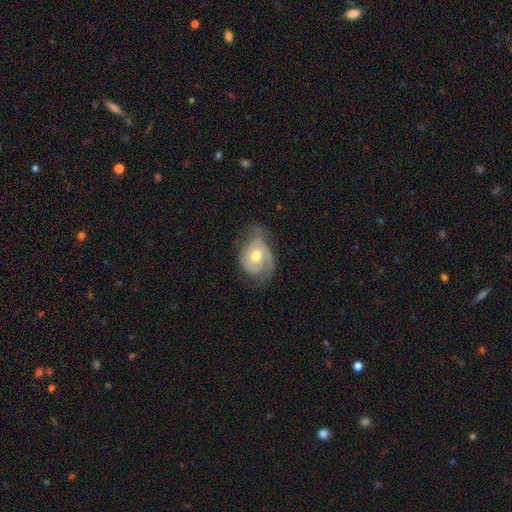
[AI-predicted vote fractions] featured or disk 65%, smooth 28%, star or artifact 6%. Down the decision tree: edge-on disk — no (96%); bar — no (76%); spiral arms — yes (82%); spiral arm count — 2 (42%); spiral winding — tight (46%); bulge size — moderate (72%); merging — none (48%).